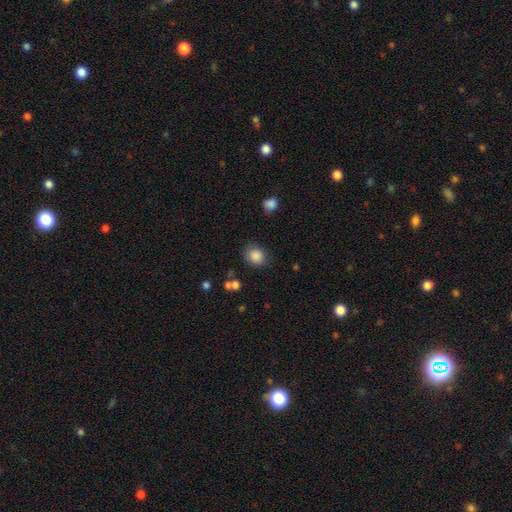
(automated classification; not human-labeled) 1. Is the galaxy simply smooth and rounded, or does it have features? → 86% smooth, 9% star or artifact, 5% featured or disk.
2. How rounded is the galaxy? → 70% round, 29% in between, 1% cigar-shaped.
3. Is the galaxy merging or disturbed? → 79% none, 14% minor disturbance, 4% major disturbance, 3% merger.